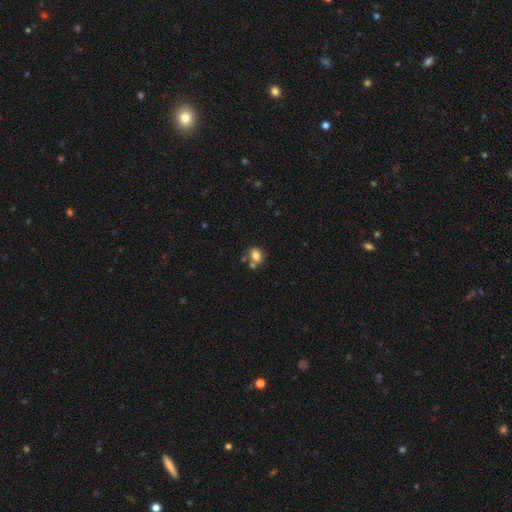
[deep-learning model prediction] This is clearly a smooth galaxy (81%). How rounded: possibly in between (60%). Merging: likely none (61%).